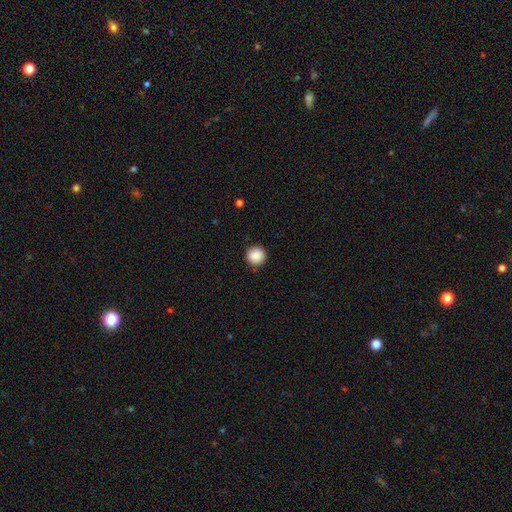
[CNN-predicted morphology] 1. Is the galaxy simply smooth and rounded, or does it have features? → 88% smooth, 8% star or artifact, 3% featured or disk.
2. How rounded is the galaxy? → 96% round, 3% in between, 1% cigar-shaped.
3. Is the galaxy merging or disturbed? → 92% none, 5% minor disturbance, 2% major disturbance, 1% merger.